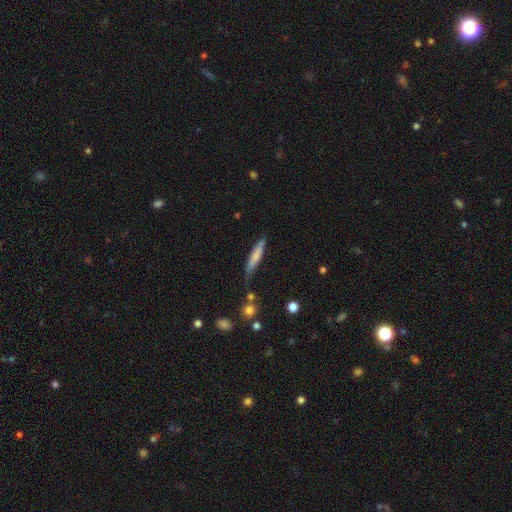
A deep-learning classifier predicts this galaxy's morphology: This appears to be a smooth galaxy with no disk features (65%) that is cigar-shaped (89%). Merging: none (65%).